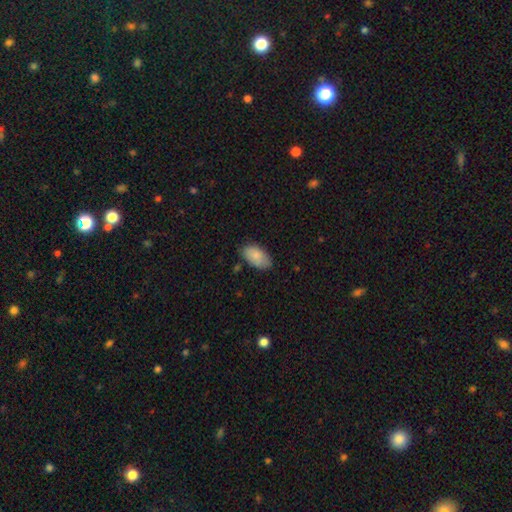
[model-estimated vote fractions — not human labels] Smooth or featured? Predicted: smooth (p=0.85). How rounded? Predicted: in between (p=0.94). Merging? Predicted: none (p=0.74).